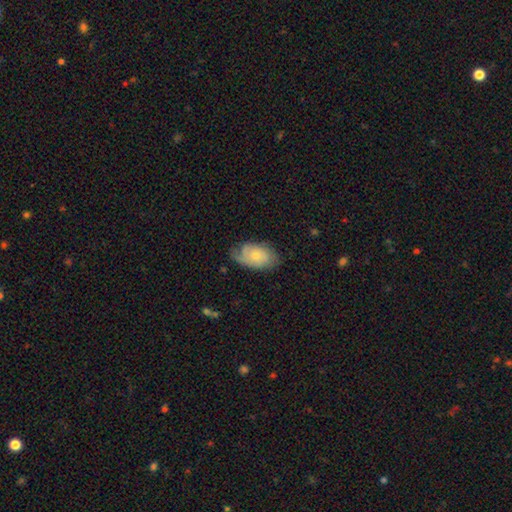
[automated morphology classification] Q: Smooth or featured?
A: smooth (47%); runner-up: featured or disk (46%)
Q: Merging?
A: none (60%); runner-up: minor disturbance (28%)